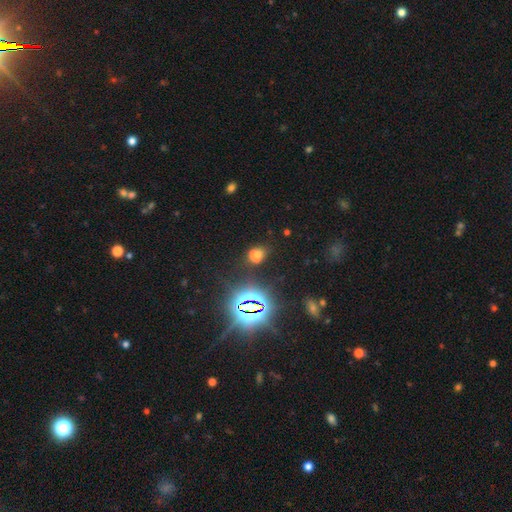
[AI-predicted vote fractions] The model was most divided on "how rounded": in between: 57%, round: 42%, cigar-shaped: 2%. More confident: merging — none (58%); smooth or featured — smooth (55%).